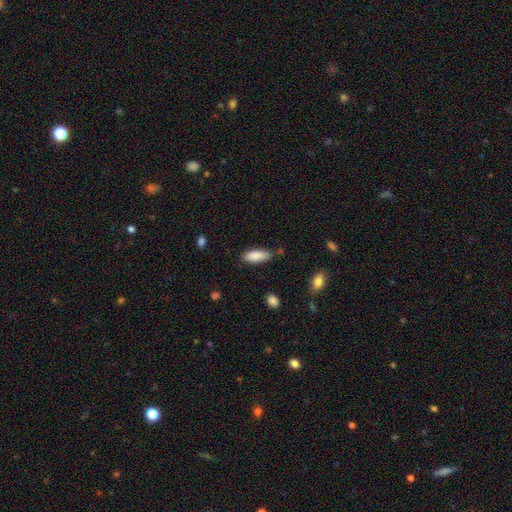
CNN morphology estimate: Smooth or featured? smooth (87%)
How rounded? in between (65%)
Merging? none (70%)